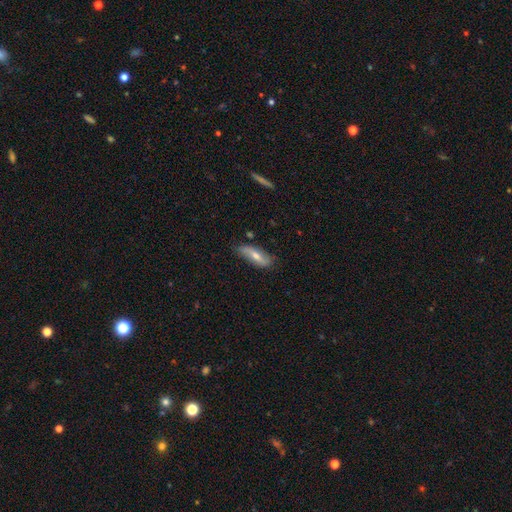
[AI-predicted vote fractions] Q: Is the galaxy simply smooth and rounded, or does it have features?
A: smooth — 48%.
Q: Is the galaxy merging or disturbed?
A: none — 74%.